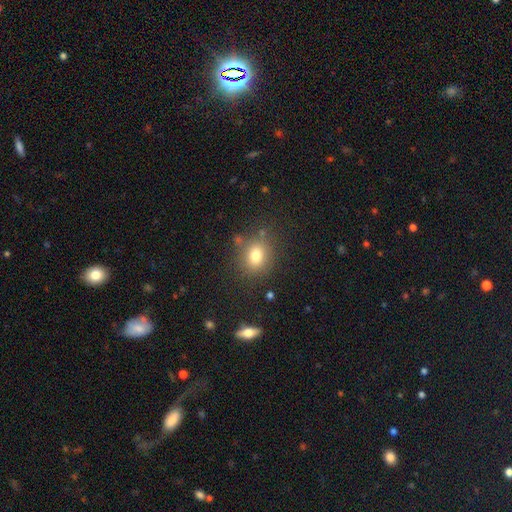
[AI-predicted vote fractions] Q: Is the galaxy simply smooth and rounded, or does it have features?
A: smooth — 77%.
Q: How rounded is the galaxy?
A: round — 58%.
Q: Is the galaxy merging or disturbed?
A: none — 79%.